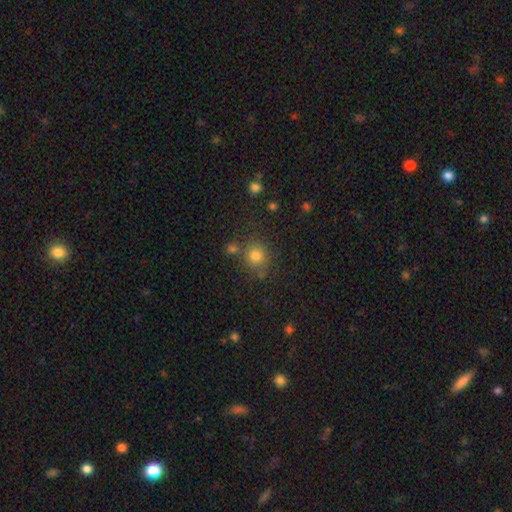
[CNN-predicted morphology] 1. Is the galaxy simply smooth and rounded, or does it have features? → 77% smooth, 15% star or artifact, 8% featured or disk.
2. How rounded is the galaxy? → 86% round, 13% in between, 1% cigar-shaped.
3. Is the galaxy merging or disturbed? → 73% none, 12% minor disturbance, 11% merger, 5% major disturbance.